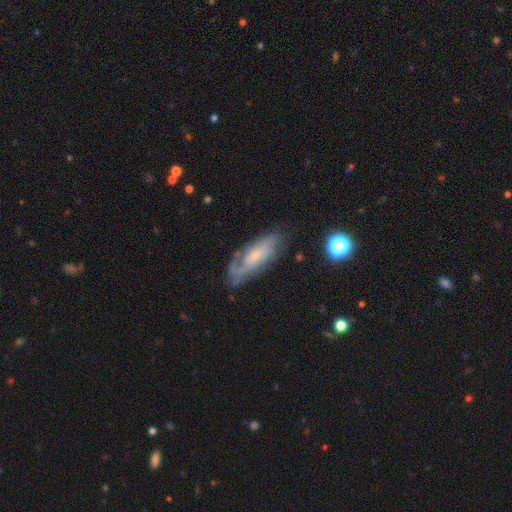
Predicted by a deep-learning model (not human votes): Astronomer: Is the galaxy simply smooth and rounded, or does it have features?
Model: featured or disk — 70%.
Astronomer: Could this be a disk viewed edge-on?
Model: no — 87%.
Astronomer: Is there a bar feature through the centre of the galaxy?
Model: no — 64%.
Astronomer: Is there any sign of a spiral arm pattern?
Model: yes — 87%.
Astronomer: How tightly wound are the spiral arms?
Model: tight — 46% (runner-up: medium, 38%).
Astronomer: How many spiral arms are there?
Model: can't tell — 40% (runner-up: 2, 35%).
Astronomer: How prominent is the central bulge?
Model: small — 62%.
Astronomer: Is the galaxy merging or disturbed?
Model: none — 64%.